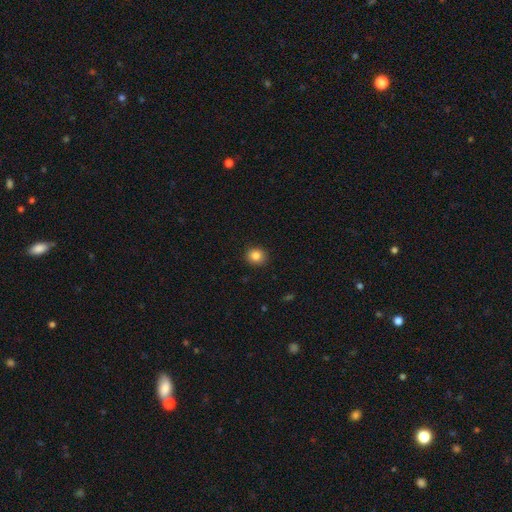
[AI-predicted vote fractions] A smooth galaxy with no disk features (85%) that is round (80%). Merging: none (91%).